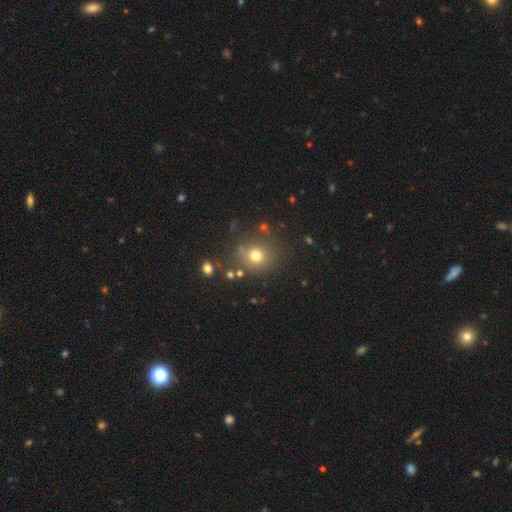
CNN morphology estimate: type=smooth (73%); roundness=round (84%); merging=none (75%).